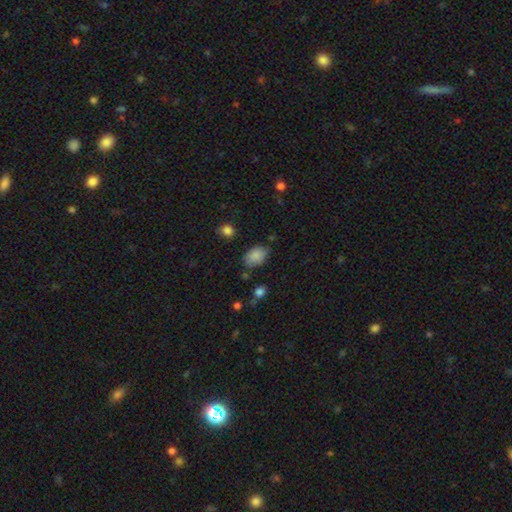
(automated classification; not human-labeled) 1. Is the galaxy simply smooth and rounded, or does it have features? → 86% smooth, 8% star or artifact, 6% featured or disk.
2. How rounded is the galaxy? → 86% in between, 13% round, 1% cigar-shaped.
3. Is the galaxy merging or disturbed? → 76% none, 17% minor disturbance, 4% major disturbance, 3% merger.